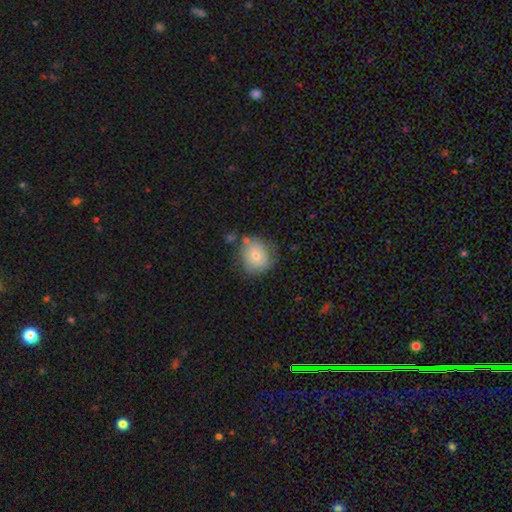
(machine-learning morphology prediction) Smooth or featured? Predicted: smooth (p=0.66). How rounded? Predicted: round (p=0.78). Merging? Predicted: none (p=0.61).